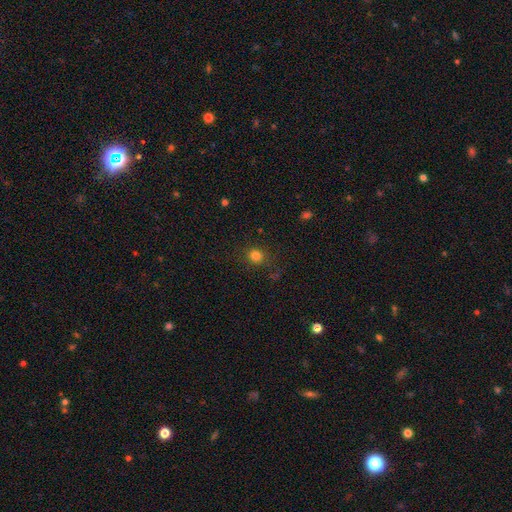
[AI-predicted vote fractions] smooth 80%, star or artifact 14%, featured or disk 6%. Down the decision tree: how rounded — round (86%); merging — none (85%).